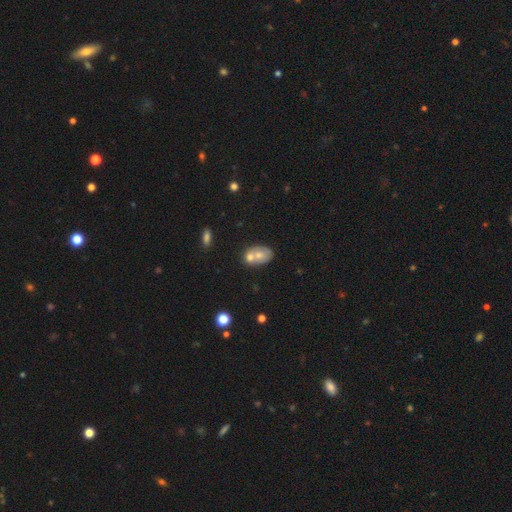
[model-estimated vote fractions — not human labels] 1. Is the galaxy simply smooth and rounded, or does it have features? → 63% smooth, 28% featured or disk, 9% star or artifact.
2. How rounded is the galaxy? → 80% in between, 18% round, 2% cigar-shaped.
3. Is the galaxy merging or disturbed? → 48% merger, 35% none, 12% minor disturbance, 4% major disturbance.